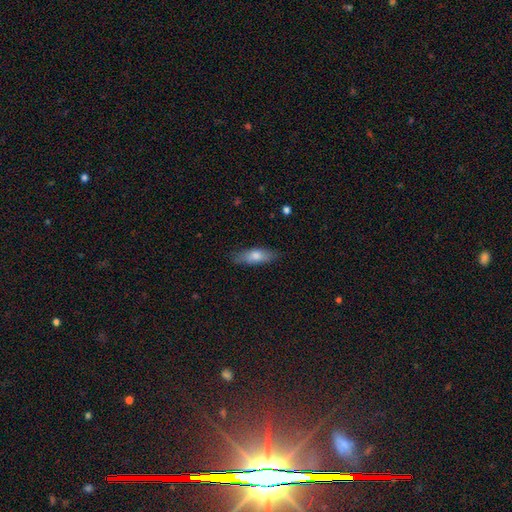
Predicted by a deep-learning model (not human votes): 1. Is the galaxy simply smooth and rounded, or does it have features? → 69% smooth, 24% featured or disk, 6% star or artifact.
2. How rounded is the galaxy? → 54% in between, 44% cigar-shaped, 3% round.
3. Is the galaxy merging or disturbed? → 84% none, 13% minor disturbance, 3% major disturbance, 1% merger.